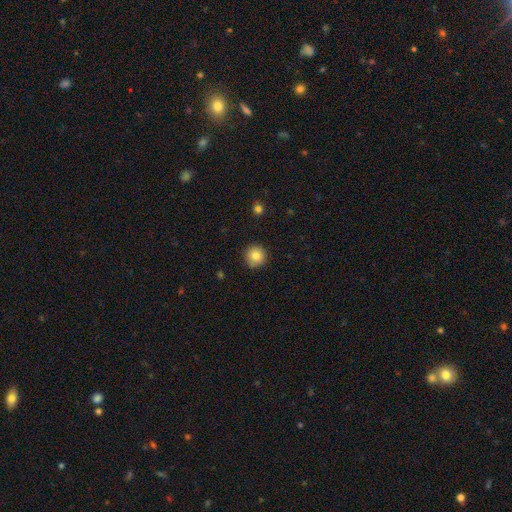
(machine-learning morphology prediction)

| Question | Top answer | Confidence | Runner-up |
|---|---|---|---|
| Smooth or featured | smooth | 84% | star or artifact (9%) |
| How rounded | round | 94% | in between (5%) |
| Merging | none | 89% | minor disturbance (8%) |